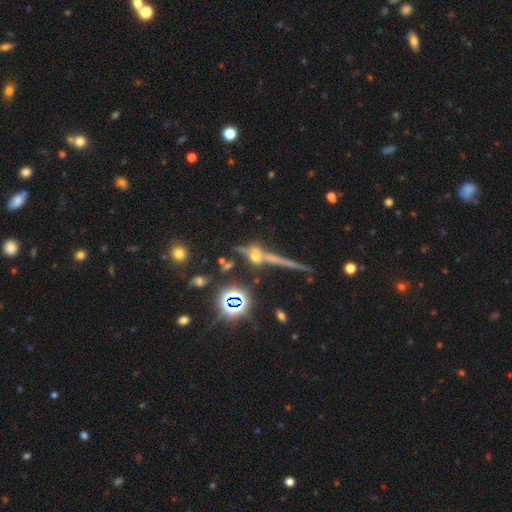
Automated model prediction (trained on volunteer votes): This appears to be a featured or disk galaxy (39%). Merging: none (57%).